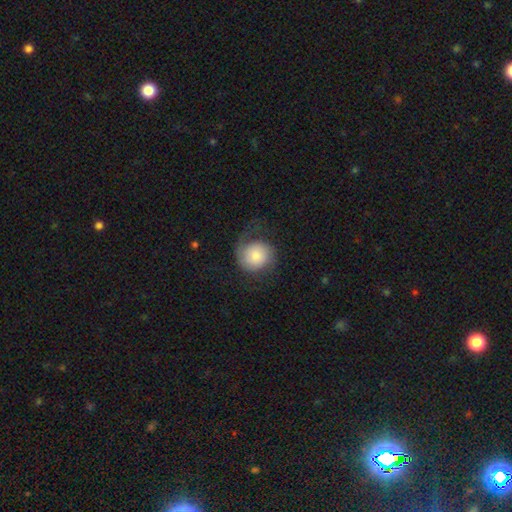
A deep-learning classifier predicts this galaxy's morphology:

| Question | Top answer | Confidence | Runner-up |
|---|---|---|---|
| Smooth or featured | smooth | 50% | featured or disk (42%) |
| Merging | none | 56% | major disturbance (23%) |